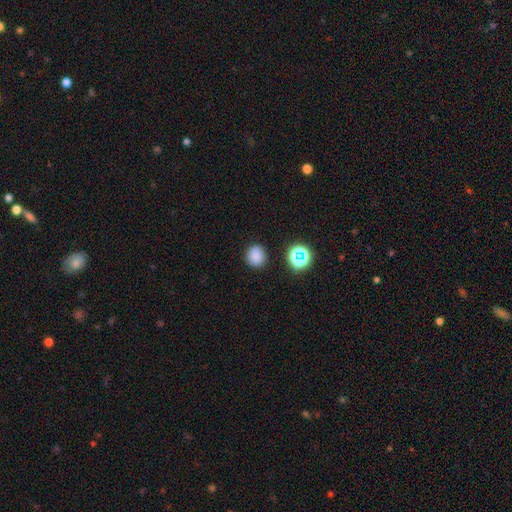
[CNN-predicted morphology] This is clearly a smooth galaxy (80%). How rounded: clearly round (82%). Merging: clearly none (85%).